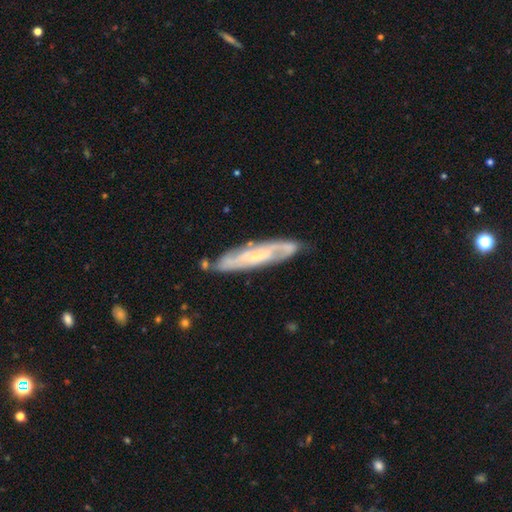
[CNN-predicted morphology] This is likely a featured or disk galaxy (71%). It is likely not viewed edge-on (63%). Merging: likely none (76%).